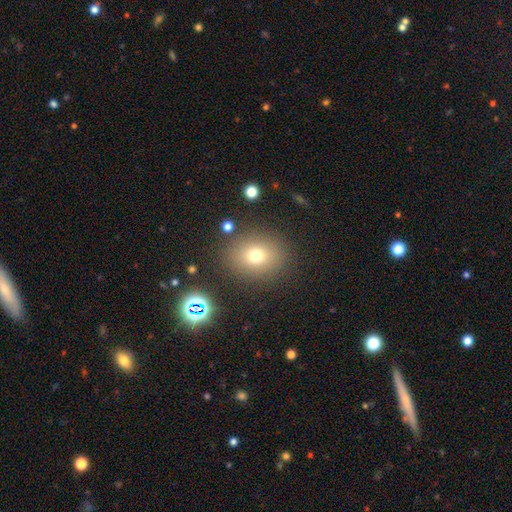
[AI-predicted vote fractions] Overall: smooth (72%). How rounded: round (62%; in between 37%). Merging: none (85%).